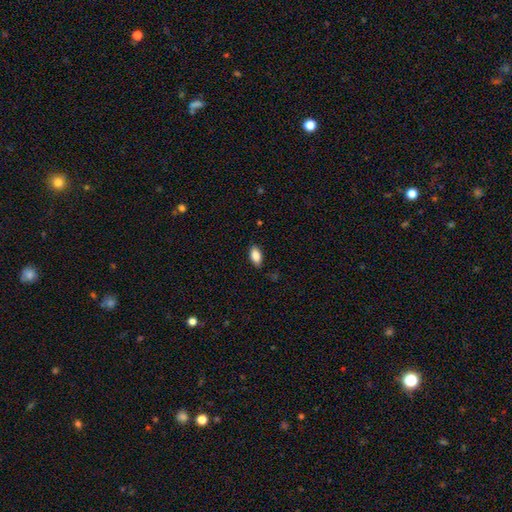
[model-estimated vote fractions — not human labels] smooth_or_featured: smooth (p=0.87) [alt: star or artifact p=0.07]
how_rounded: in between (p=0.91) [alt: cigar-shaped p=0.05]
merging: none (p=0.84) [alt: minor disturbance p=0.12]